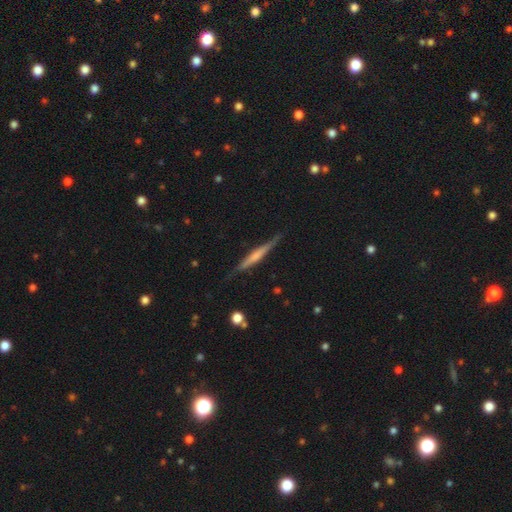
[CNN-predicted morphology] This appears to be a featured or disk galaxy (59%) viewed edge-on (97%) with a rounded central bulge (40%). Merging: none (84%).